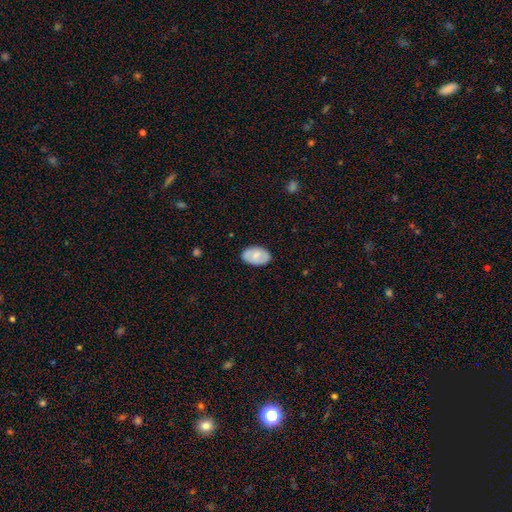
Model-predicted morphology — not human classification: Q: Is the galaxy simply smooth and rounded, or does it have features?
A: smooth — 75%.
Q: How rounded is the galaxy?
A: in between — 92%.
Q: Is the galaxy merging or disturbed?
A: none — 85%.